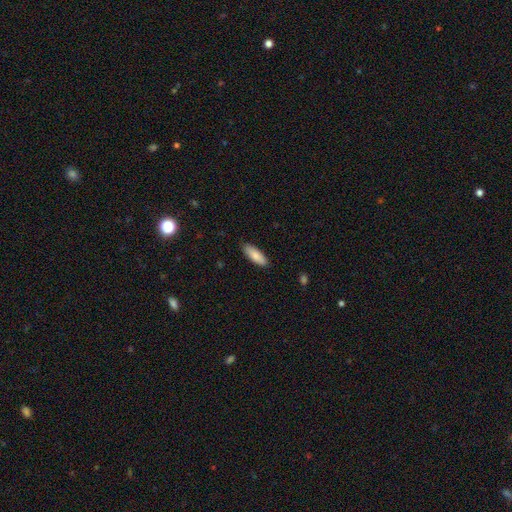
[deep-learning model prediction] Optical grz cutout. It shows a smooth galaxy with no disk features (84%) that is in between round and cigar-shaped (63%). Merging: none (87%).